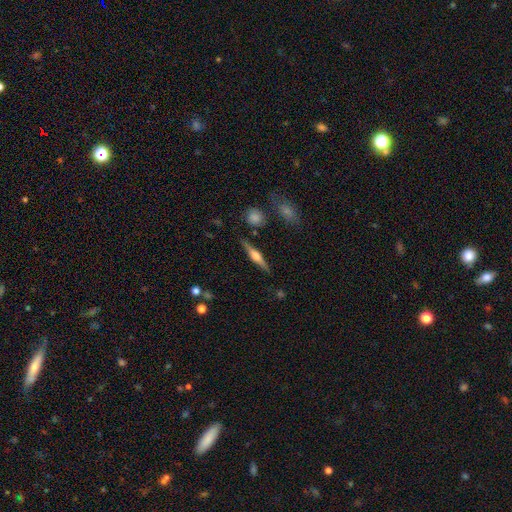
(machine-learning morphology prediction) type=featured or disk (66%); edge-on=yes (97%); edge-on bulge=rounded (84%); merging=none (87%).